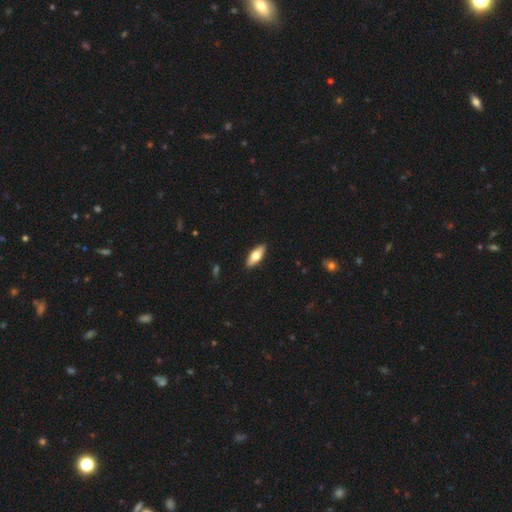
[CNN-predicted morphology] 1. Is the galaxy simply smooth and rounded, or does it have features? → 66% smooth, 28% featured or disk, 6% star or artifact.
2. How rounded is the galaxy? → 71% in between, 27% cigar-shaped, 2% round.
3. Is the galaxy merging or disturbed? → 90% none, 7% minor disturbance, 2% major disturbance, 1% merger.